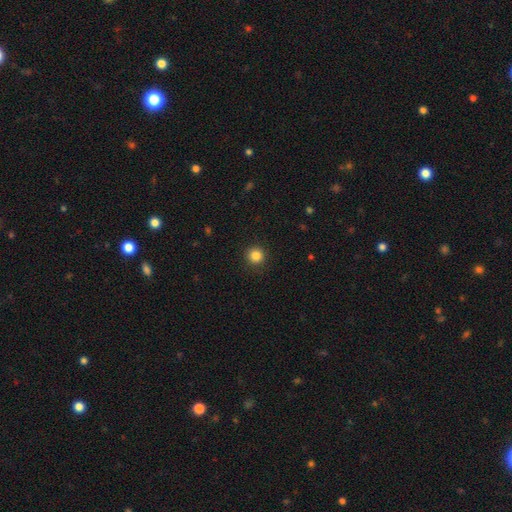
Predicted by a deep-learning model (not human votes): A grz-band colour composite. It shows a smooth galaxy with no disk features (84%) that is round (95%). Merging: none (91%).